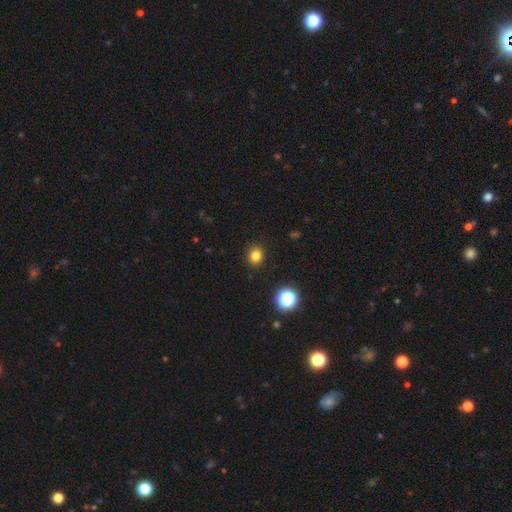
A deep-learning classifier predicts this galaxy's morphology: Smooth or featured? smooth (81%)
How rounded? round (74%)
Merging? none (91%)